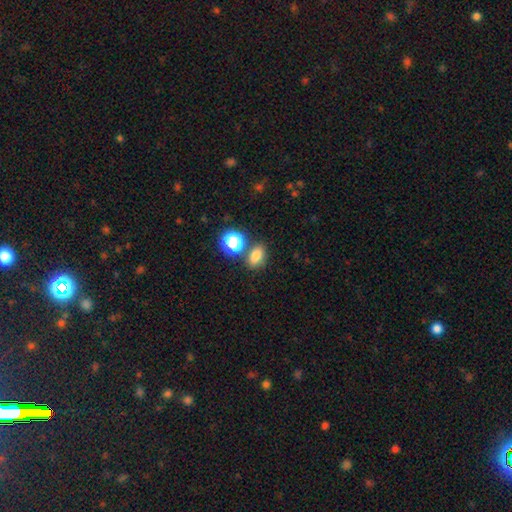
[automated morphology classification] Smooth or featured?
  - smooth: 78% *
  - star or artifact: 15%
  - featured or disk: 7%
How rounded?
  - in between: 71% *
  - round: 27%
  - cigar-shaped: 2%
Merging?
  - none: 71% *
  - merger: 14%
  - minor disturbance: 11%
  - major disturbance: 4%